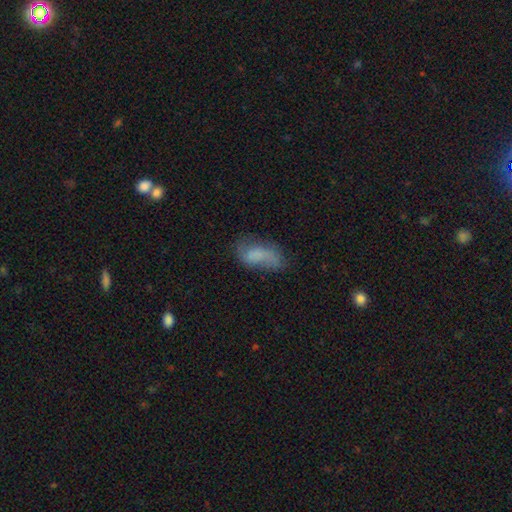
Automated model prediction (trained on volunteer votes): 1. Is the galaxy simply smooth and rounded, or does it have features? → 60% smooth, 29% featured or disk, 11% star or artifact.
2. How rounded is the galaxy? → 86% in between, 10% cigar-shaped, 4% round.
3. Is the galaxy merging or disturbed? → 41% none, 31% minor disturbance, 23% major disturbance, 5% merger.